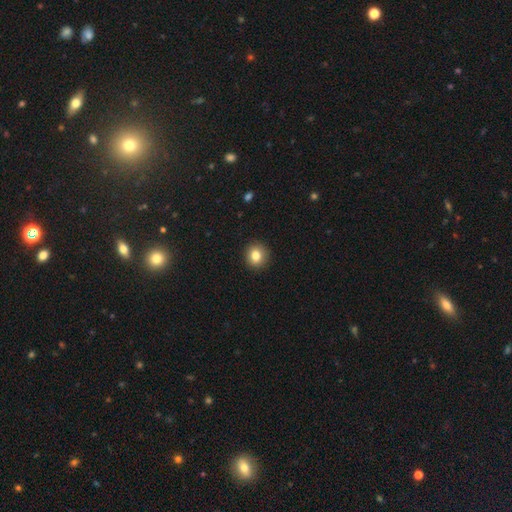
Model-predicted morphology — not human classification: This appears to be a smooth galaxy with no disk features (82%) that is round (84%). Merging: none (91%).